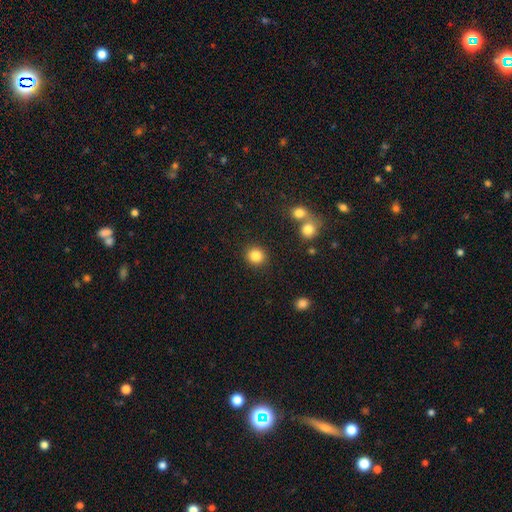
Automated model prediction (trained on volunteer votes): The model was most divided on "how rounded": round: 86%, in between: 13%, cigar-shaped: 1%. More confident: merging — none (88%); smooth or featured — smooth (85%).